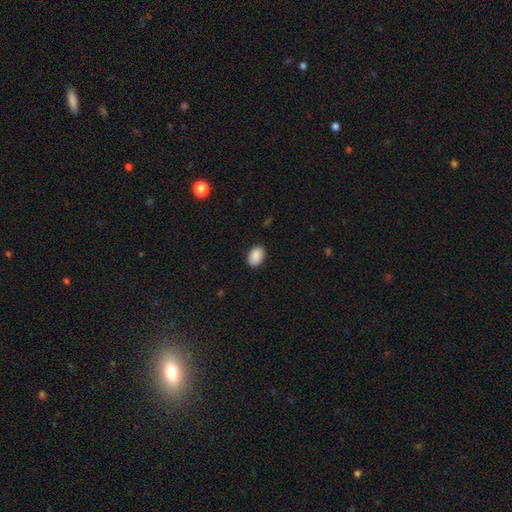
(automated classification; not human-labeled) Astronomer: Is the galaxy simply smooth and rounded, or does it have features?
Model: smooth — 90%.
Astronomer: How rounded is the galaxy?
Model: in between — 88%.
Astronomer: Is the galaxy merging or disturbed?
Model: none — 89%.